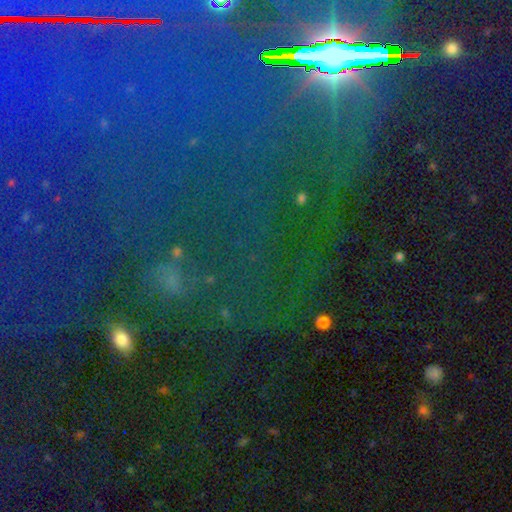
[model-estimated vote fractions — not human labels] Smooth or featured: star or artifact — 81% (smooth — 11%)